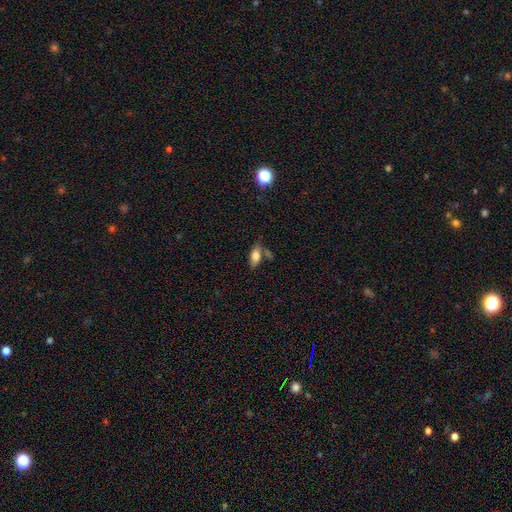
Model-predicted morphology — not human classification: Smooth or featured? smooth (75%)
How rounded? in between (84%)
Merging? none (58%)